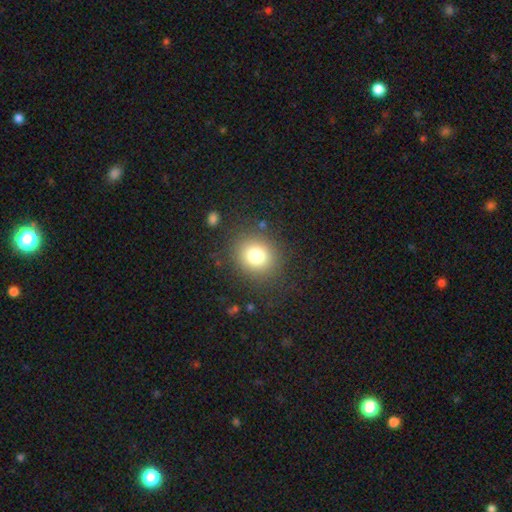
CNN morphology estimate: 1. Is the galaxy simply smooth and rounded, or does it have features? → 78% smooth, 13% star or artifact, 9% featured or disk.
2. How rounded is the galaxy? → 81% round, 18% in between, 1% cigar-shaped.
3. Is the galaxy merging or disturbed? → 84% none, 9% minor disturbance, 5% major disturbance, 2% merger.